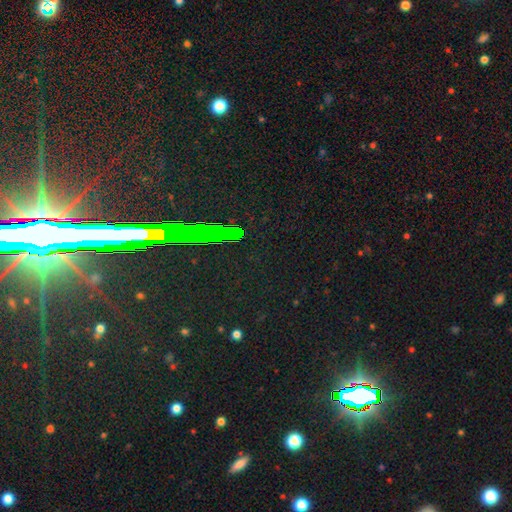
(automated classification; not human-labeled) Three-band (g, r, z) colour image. It shows a star or artifact, not a galaxy (77%).